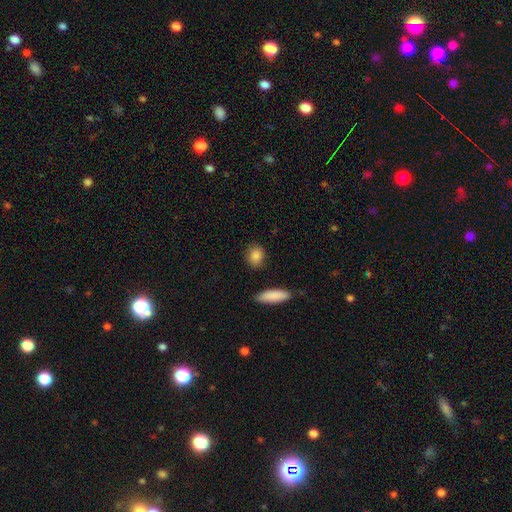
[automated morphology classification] Q: Smooth or featured?
A: smooth (87%); runner-up: star or artifact (7%)
Q: How rounded?
A: round (49%); runner-up: in between (47%)
Q: Merging?
A: none (86%); runner-up: minor disturbance (9%)